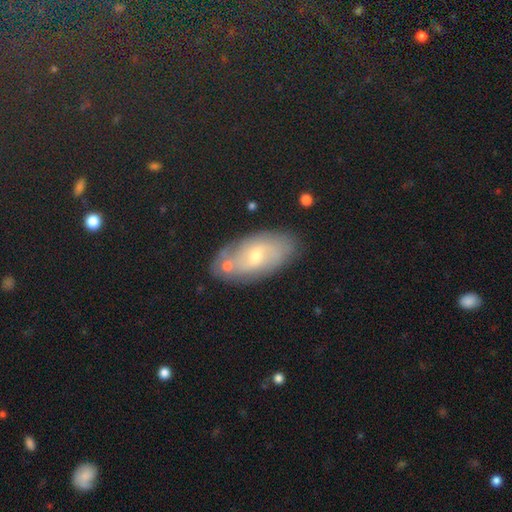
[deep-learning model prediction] featured or disk 53%, smooth 35%, star or artifact 12%. Down the decision tree: edge-on disk — no (90%); merging — none (72%).